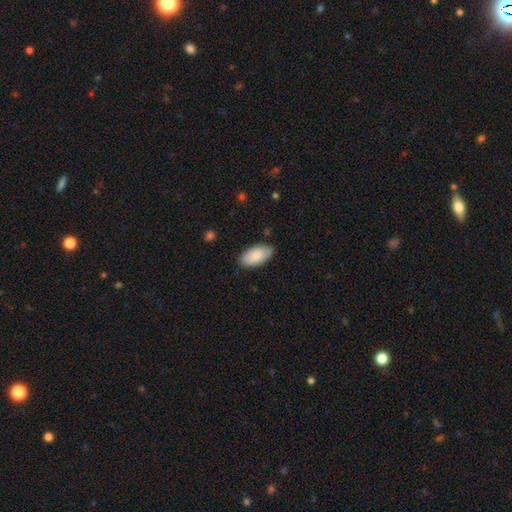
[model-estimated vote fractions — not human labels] Smooth or featured?
  - smooth: 87% *
  - featured or disk: 7%
  - star or artifact: 6%
How rounded?
  - in between: 95% *
  - cigar-shaped: 3%
  - round: 2%
Merging?
  - none: 86% *
  - minor disturbance: 11%
  - major disturbance: 2%
  - merger: 1%